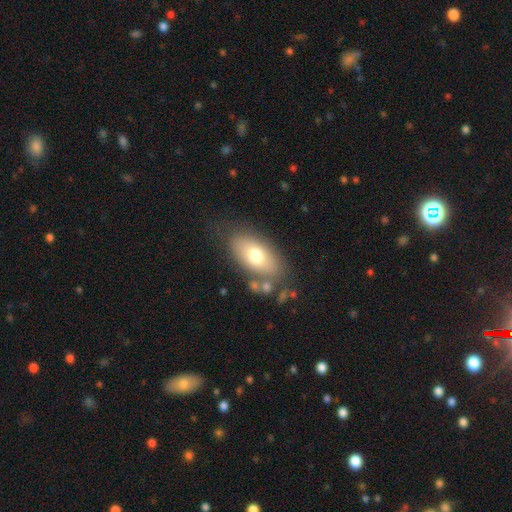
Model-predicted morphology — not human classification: A smooth galaxy with no disk features (69%) that is in between round and cigar-shaped (91%).

Vote fractions:
- Smooth or featured? smooth: 69% / featured or disk: 22% / star or artifact: 8%
- How rounded? in between: 91% / round: 6% / cigar-shaped: 4%
- Merging? none: 69% / minor disturbance: 16% / merger: 8% / major disturbance: 7%